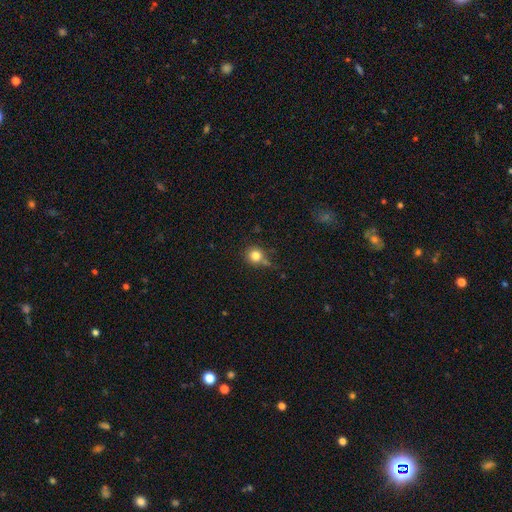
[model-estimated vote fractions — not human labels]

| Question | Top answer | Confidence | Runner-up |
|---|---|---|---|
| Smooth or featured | smooth | 80% | star or artifact (12%) |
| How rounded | round | 90% | in between (9%) |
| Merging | none | 62% | minor disturbance (21%) |